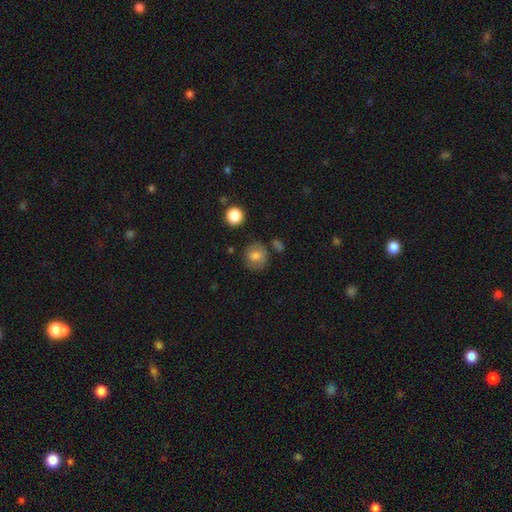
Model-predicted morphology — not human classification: Smooth or featured: smooth — 70% (featured or disk — 21%)
How rounded: round — 83% (in between — 16%)
Merging: none — 74% (minor disturbance — 17%)